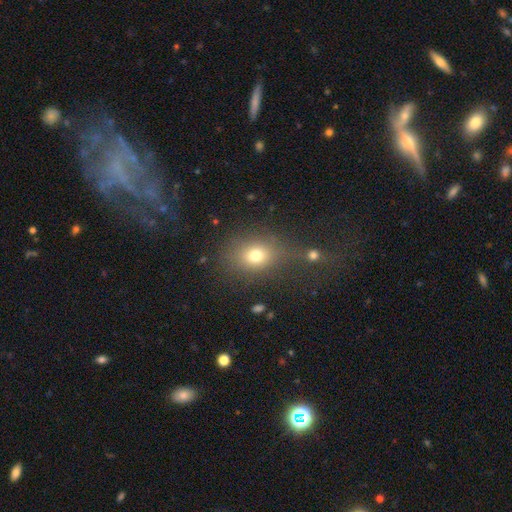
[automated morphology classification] A smooth galaxy with no disk features (74%) that is round (50%). Merging: none (62%).